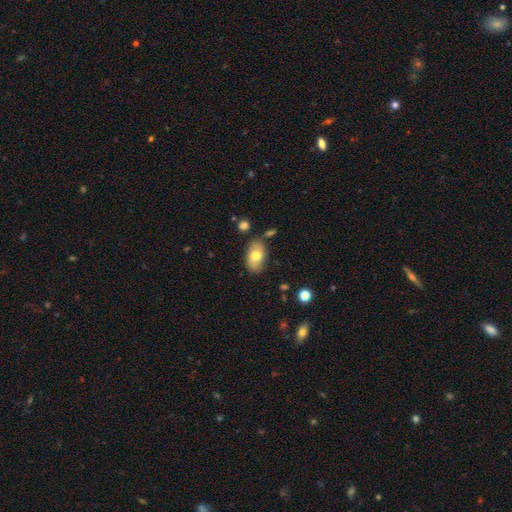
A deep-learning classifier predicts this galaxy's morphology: Smooth or featured? Predicted: smooth (p=0.72). How rounded? Predicted: in between (p=0.92). Merging? Predicted: none (p=0.76).